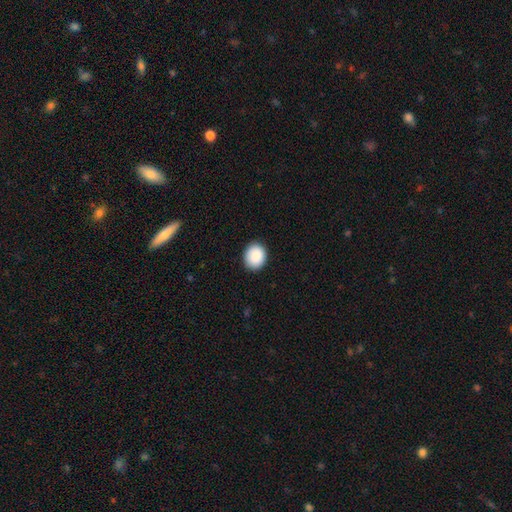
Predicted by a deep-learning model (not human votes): Q: Smooth or featured?
A: smooth (89%); runner-up: star or artifact (7%)
Q: How rounded?
A: round (66%); runner-up: in between (33%)
Q: Merging?
A: none (90%); runner-up: minor disturbance (7%)